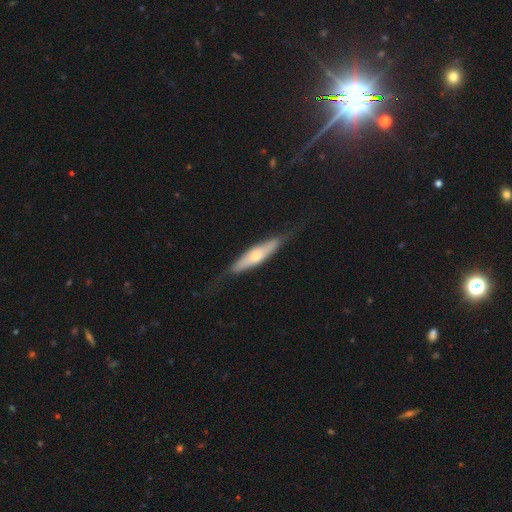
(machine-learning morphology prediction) type=featured or disk (53%); edge-on=yes (77%); merging=none (73%).